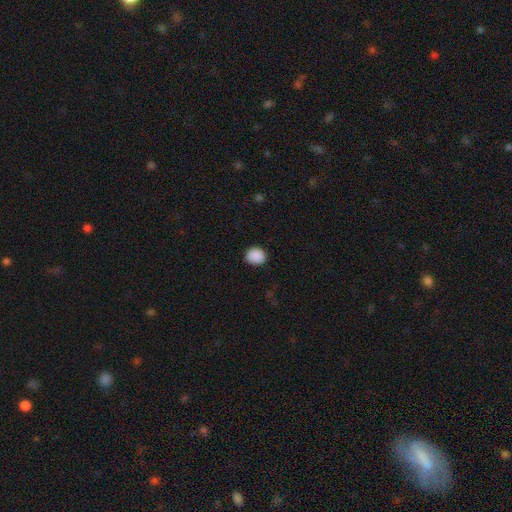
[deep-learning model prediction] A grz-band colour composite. It shows a smooth galaxy with no disk features (89%) that is round (71%). Merging: none (86%).